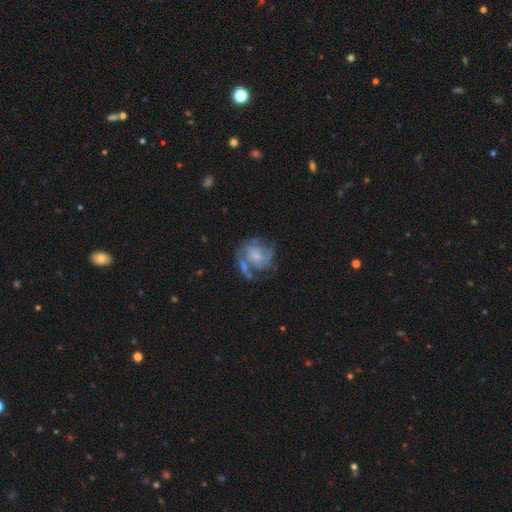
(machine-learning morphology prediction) This appears to be a featured or disk galaxy (72%) with no bar (67%), medium (42%) spiral arms (85%) and a small central bulge (58%). Merging: none (44%).